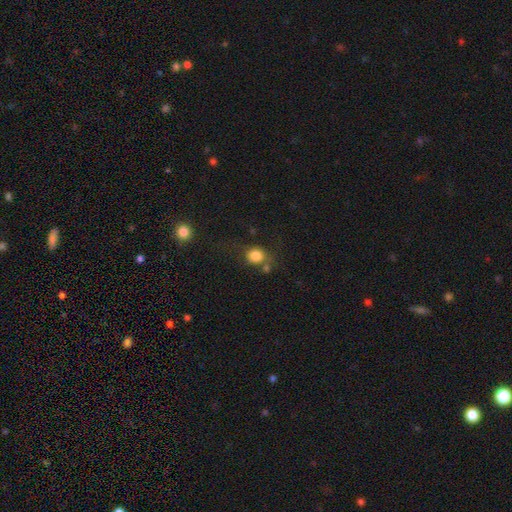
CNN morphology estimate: Overall: smooth (82%). How rounded: round (73%). Merging: none (61%).